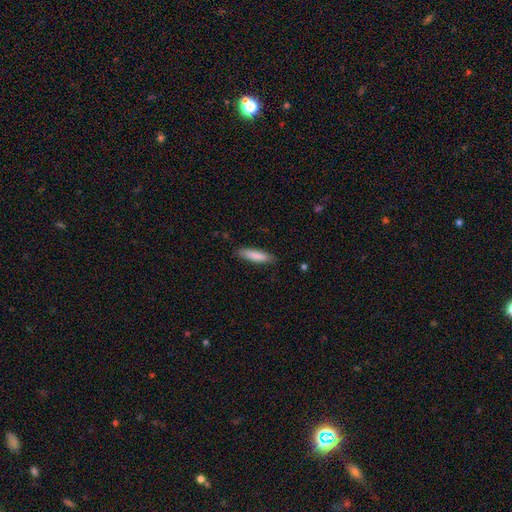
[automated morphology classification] Smooth or featured?
  - smooth: 85% *
  - featured or disk: 9%
  - star or artifact: 6%
How rounded?
  - cigar-shaped: 76% *
  - in between: 23%
  - round: 1%
Merging?
  - none: 85% *
  - minor disturbance: 12%
  - major disturbance: 2%
  - merger: 1%